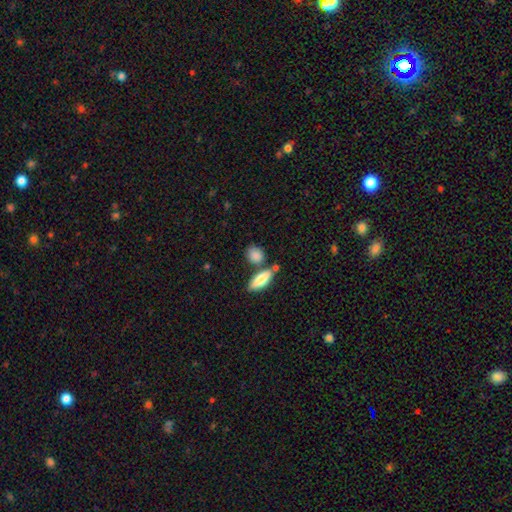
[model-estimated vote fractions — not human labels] Overall: smooth (86%). How rounded: in between (52%; round 41%). Merging: none (63%).